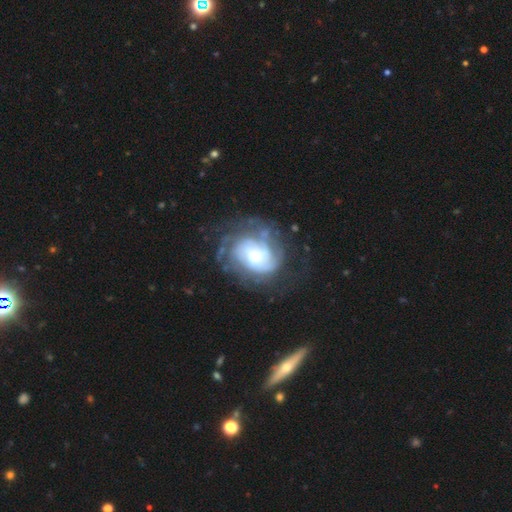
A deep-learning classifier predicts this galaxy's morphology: Smooth or featured?
  - featured or disk: 74% *
  - smooth: 18%
  - star or artifact: 8%
Edge-on disk?
  - no: 98% *
  - yes: 2%
Bar?
  - no: 68% *
  - weak: 26%
  - strong: 6%
Spiral arms?
  - yes: 87% *
  - no: 13%
Spiral winding?
  - tight: 53% *
  - medium: 34%
  - loose: 14%
Spiral arm count?
  - can't tell: 43% *
  - 2: 21%
  - 3: 15%
  - 4: 8%
  - 1: 7%
  - more than 4: 6%
Bulge size?
  - large: 40% *
  - moderate: 25%
  - small: 18%
  - none: 9%
  - dominant: 8%
Merging?
  - none: 54% *
  - major disturbance: 22%
  - minor disturbance: 21%
  - merger: 3%